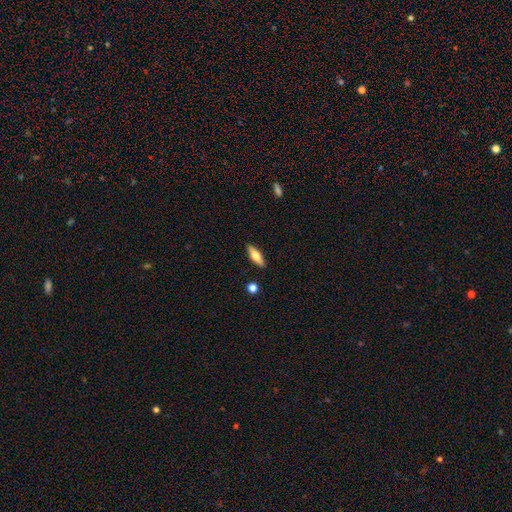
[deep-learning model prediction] smooth_or_featured: smooth (p=0.59) [alt: featured or disk p=0.35]
how_rounded: in between (p=0.55) [alt: cigar-shaped p=0.42]
merging: none (p=0.88) [alt: minor disturbance p=0.08]